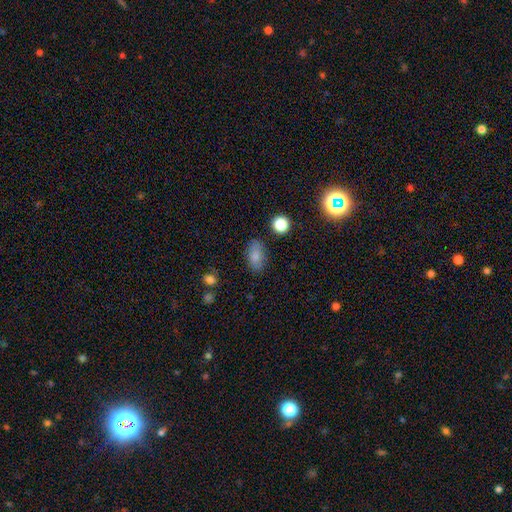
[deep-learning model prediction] Smooth or featured? Predicted: smooth (p=0.83). How rounded? Predicted: in between (p=0.89). Merging? Predicted: none (p=0.79).